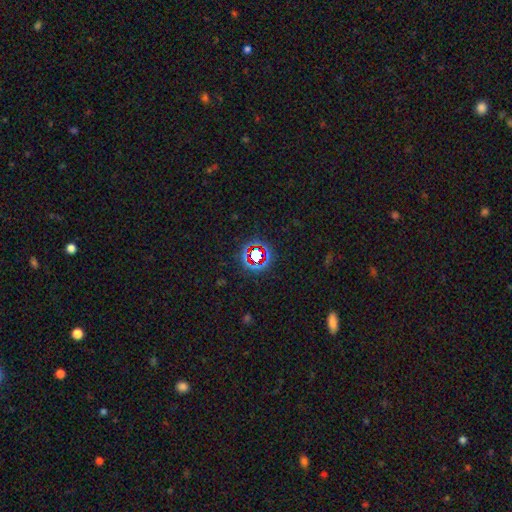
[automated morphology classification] A star or artifact, not a galaxy (72%).